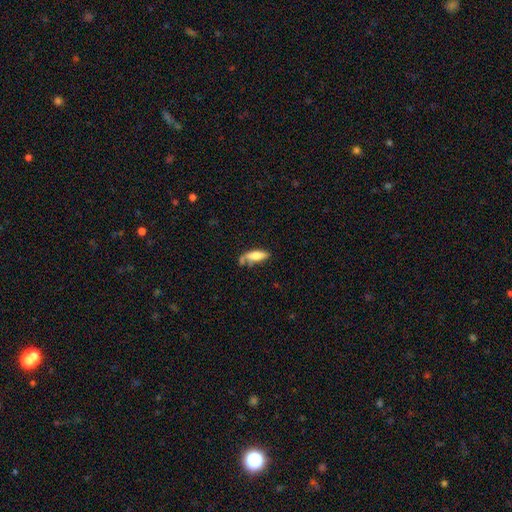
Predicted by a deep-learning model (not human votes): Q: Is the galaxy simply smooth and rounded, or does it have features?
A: smooth — 68%.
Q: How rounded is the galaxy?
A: in between — 58%.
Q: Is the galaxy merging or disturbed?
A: none — 49%.